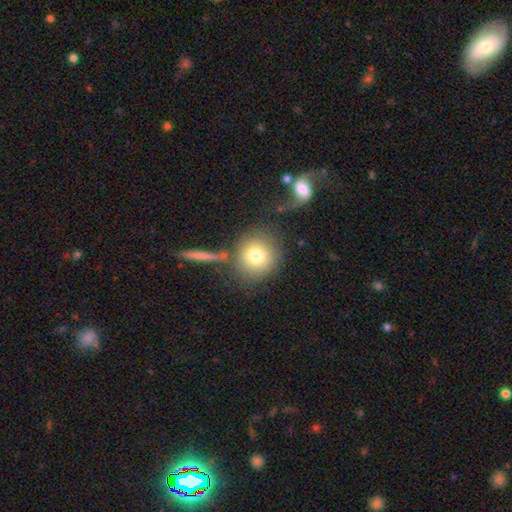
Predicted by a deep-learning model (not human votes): smooth 77%, featured or disk 13%, star or artifact 10%. Down the decision tree: how rounded — round (90%); merging — none (70%).